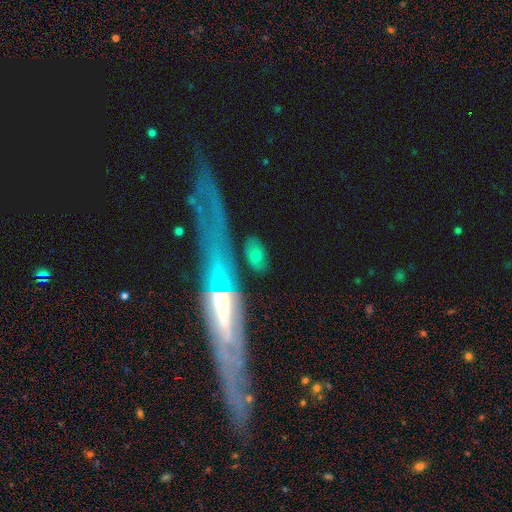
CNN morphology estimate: smooth-or-featured: smooth: 58% | featured or disk: 30% | star or artifact: 11%
  how-rounded: in between: 78% | round: 11% | cigar-shaped: 11%
  merging: none: 65% | minor disturbance: 15% | major disturbance: 11% | merger: 9%